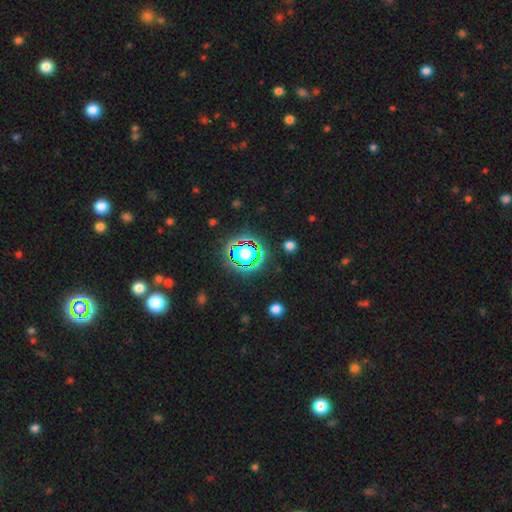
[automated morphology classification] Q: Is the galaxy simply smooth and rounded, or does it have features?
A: star or artifact — 72%.